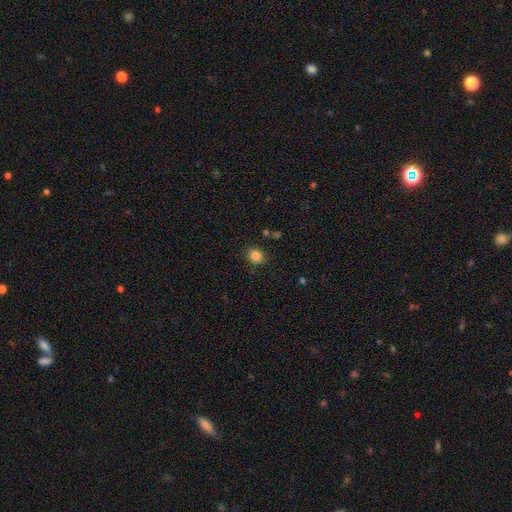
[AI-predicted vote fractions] smooth 85%, star or artifact 11%, featured or disk 4%. Down the decision tree: how rounded — round (83%); merging — none (87%).